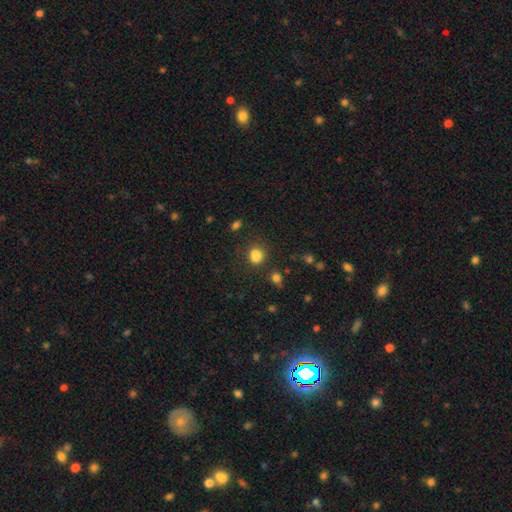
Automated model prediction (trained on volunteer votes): smooth-or-featured: smooth: 79% | star or artifact: 15% | featured or disk: 6%
  how-rounded: round: 62% | in between: 37% | cigar-shaped: 1%
  merging: none: 63% | minor disturbance: 16% | merger: 15% | major disturbance: 6%